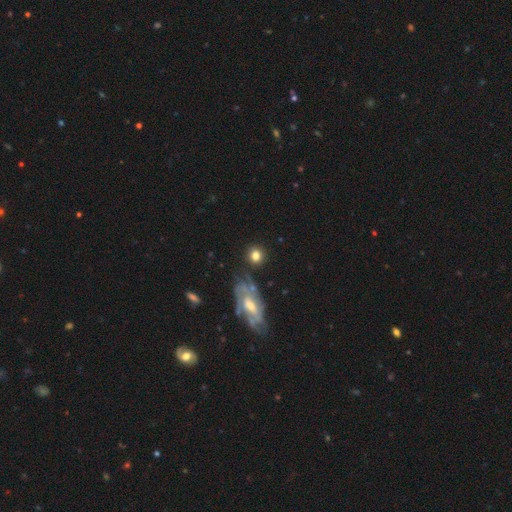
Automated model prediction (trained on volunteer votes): Smooth or featured: smooth — 71% (featured or disk — 19%)
How rounded: round — 87% (in between — 11%)
Merging: none — 77% (minor disturbance — 11%)